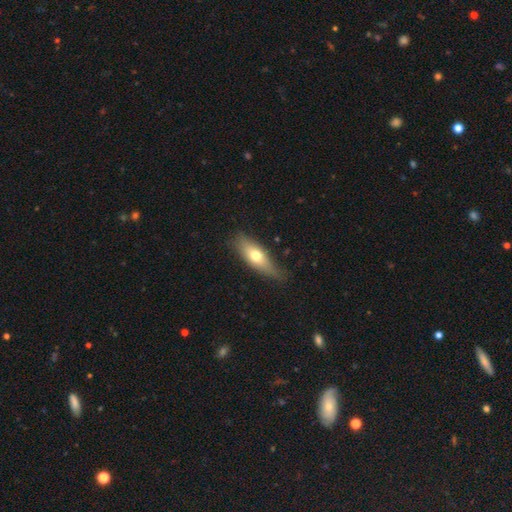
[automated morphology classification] Q: Smooth or featured?
A: smooth (62%); runner-up: featured or disk (31%)
Q: How rounded?
A: in between (61%); runner-up: cigar-shaped (36%)
Q: Merging?
A: none (69%); runner-up: minor disturbance (24%)